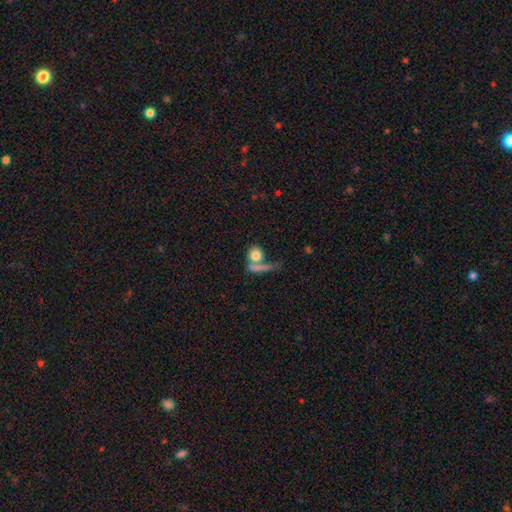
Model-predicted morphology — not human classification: Smooth or featured? Predicted: smooth (p=0.73). How rounded? Predicted: round (p=0.70). Merging? Predicted: none (p=0.39).